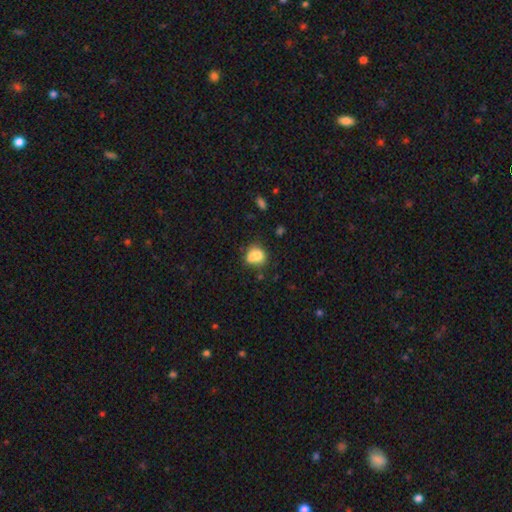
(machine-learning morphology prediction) smooth-or-featured: smooth: 77% | featured or disk: 13% | star or artifact: 10%
  how-rounded: round: 56% | in between: 42% | cigar-shaped: 1%
  merging: none: 46% | merger: 24% | minor disturbance: 22% | major disturbance: 8%